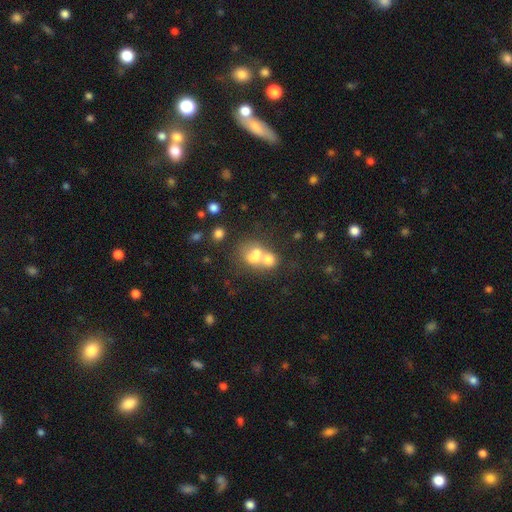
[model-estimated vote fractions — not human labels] smooth 62%, featured or disk 24%, star or artifact 14%. Down the decision tree: how rounded — round (56%); merging — merger (64%).